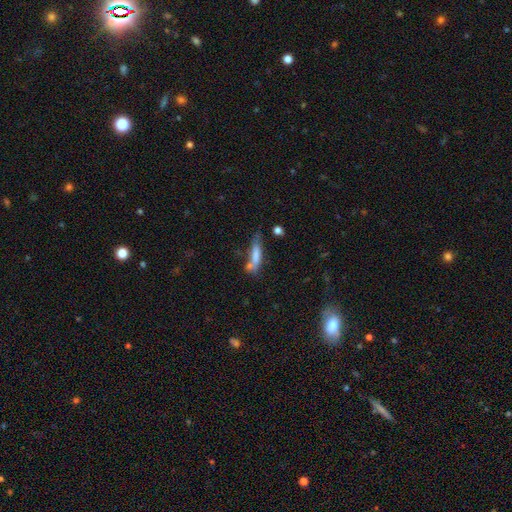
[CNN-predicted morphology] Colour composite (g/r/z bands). It shows a smooth galaxy with no disk features (70%) that is cigar-shaped (73%). Merging: none (43%).